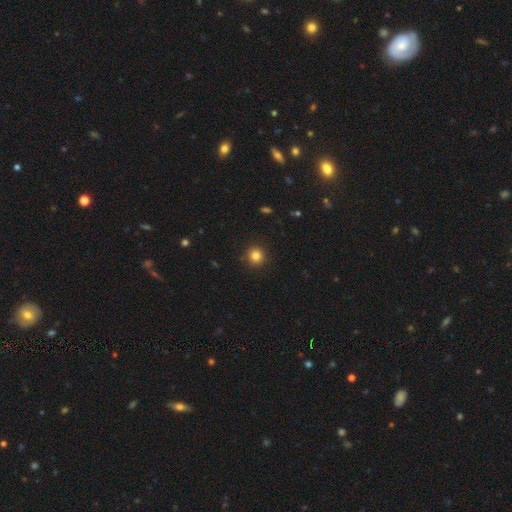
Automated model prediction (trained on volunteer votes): Smooth or featured?
  - smooth: 82% *
  - star or artifact: 13%
  - featured or disk: 5%
How rounded?
  - round: 94% *
  - in between: 5%
  - cigar-shaped: 1%
Merging?
  - none: 91% *
  - minor disturbance: 6%
  - major disturbance: 2%
  - merger: 1%